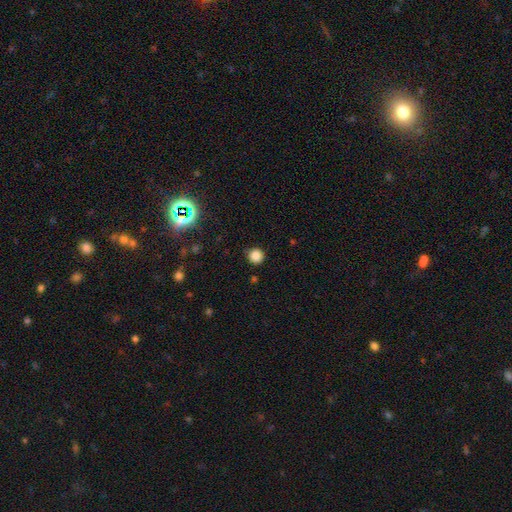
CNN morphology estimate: smooth-or-featured: smooth: 82% | star or artifact: 14% | featured or disk: 4%
  how-rounded: round: 94% | in between: 5% | cigar-shaped: 1%
  merging: none: 88% | minor disturbance: 9% | major disturbance: 2% | merger: 2%